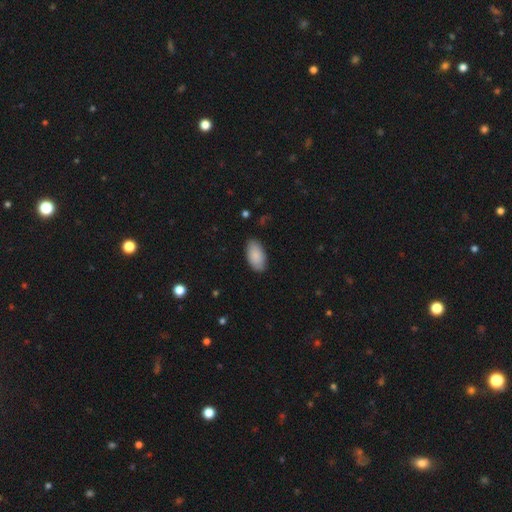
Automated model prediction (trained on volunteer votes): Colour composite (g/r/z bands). It shows a smooth galaxy with no disk features (88%) that is in between round and cigar-shaped (95%). Merging: none (85%).